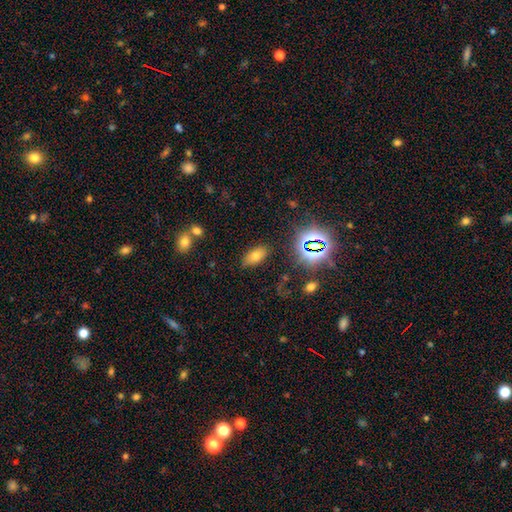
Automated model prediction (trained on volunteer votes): smooth_or_featured: smooth (p=0.62) [alt: star or artifact p=0.25]
how_rounded: in between (p=0.88) [alt: round p=0.06]
merging: none (p=0.84) [alt: minor disturbance p=0.09]